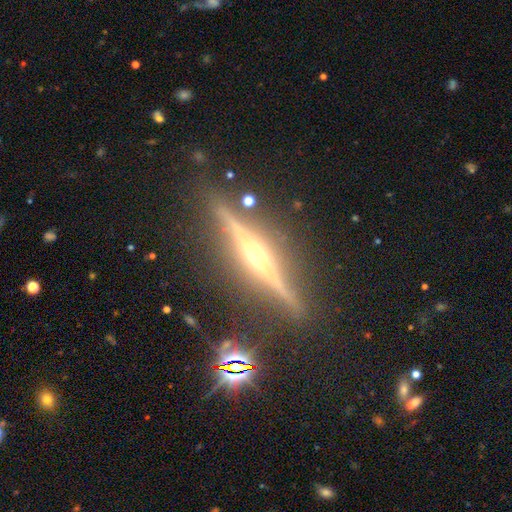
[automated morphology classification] featured or disk 87%, star or artifact 7%, smooth 6%. Down the decision tree: edge-on disk — yes (98%); edge-on bulge — rounded (85%); merging — none (88%).